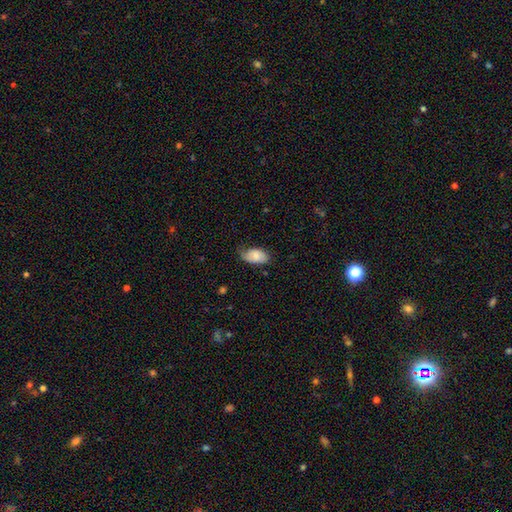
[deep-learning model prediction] Smooth or featured?
  - smooth: 74% *
  - featured or disk: 19%
  - star or artifact: 7%
How rounded?
  - in between: 94% *
  - round: 5%
  - cigar-shaped: 2%
Merging?
  - none: 56% *
  - minor disturbance: 34%
  - major disturbance: 9%
  - merger: 1%